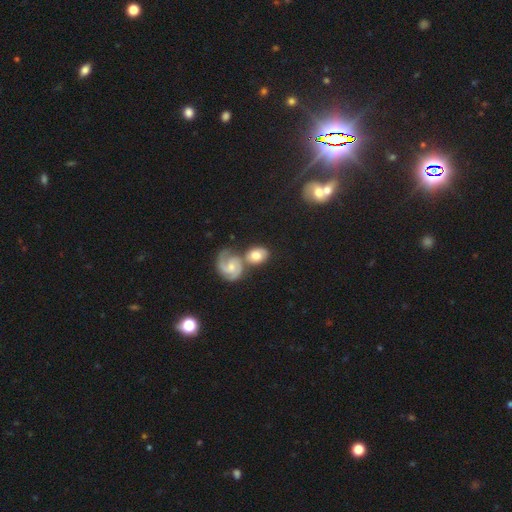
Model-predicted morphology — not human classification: Smooth or featured? smooth (54%)
How rounded? in between (62%)
Merging? none (45%)